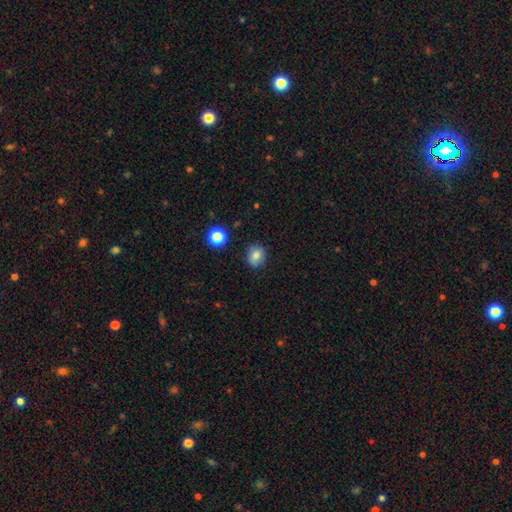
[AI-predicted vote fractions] A smooth galaxy with no disk features (81%) that is round (74%). Merging: none (85%).